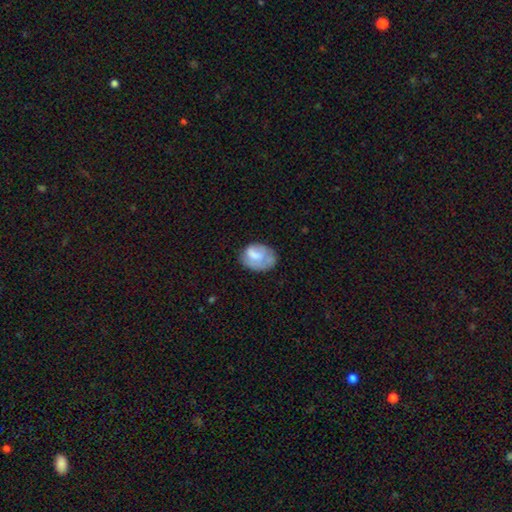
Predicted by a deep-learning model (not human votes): This is likely a smooth galaxy (63%). How rounded: likely in between (72%). Merging: possibly none (47%).